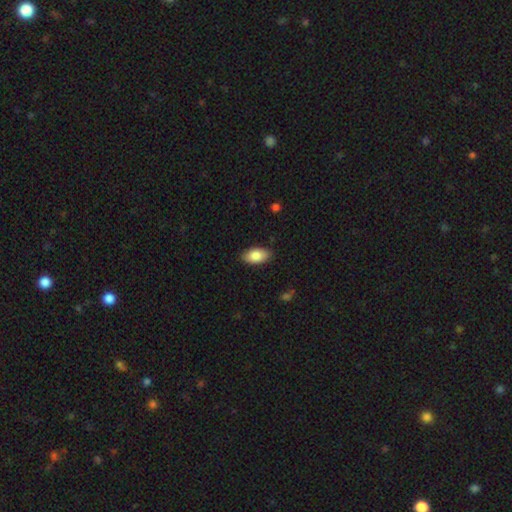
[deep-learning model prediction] Smooth or featured?
  - smooth: 86% *
  - featured or disk: 8%
  - star or artifact: 6%
How rounded?
  - in between: 94% *
  - round: 3%
  - cigar-shaped: 3%
Merging?
  - none: 87% *
  - minor disturbance: 10%
  - major disturbance: 2%
  - merger: 1%